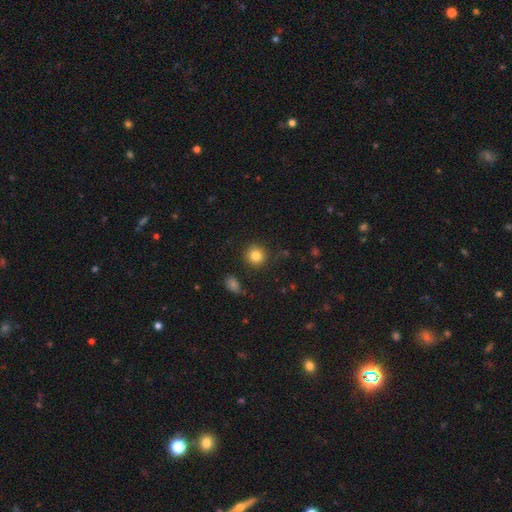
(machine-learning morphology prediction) Smooth or featured?
  - smooth: 82% *
  - star or artifact: 11%
  - featured or disk: 7%
How rounded?
  - round: 92% *
  - in between: 7%
  - cigar-shaped: 1%
Merging?
  - none: 88% *
  - minor disturbance: 7%
  - major disturbance: 3%
  - merger: 2%